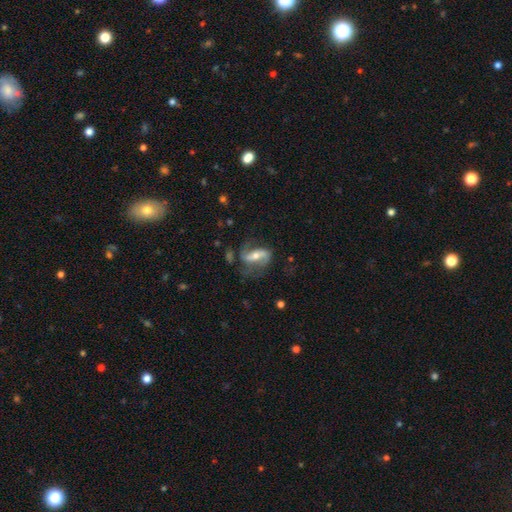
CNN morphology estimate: A featured or disk galaxy (77%) with a strong bar (51%), 2 (86%) loose (56%) spiral arms (88%) and a moderate central bulge (56%).

Vote fractions:
- Smooth or featured? featured or disk: 77% / smooth: 17% / star or artifact: 6%
- Edge-on disk? no: 91% / yes: 9%
- Bar? strong: 51% / weak: 27% / no: 21%
- Spiral arms? yes: 88% / no: 12%
- Spiral winding? loose: 56% / medium: 33% / tight: 11%
- Spiral arm count? 2: 86% / 1: 5% / can't tell: 5% / 3: 1% / 4: 1% / more than 4: 1%
- Bulge size? moderate: 56% / small: 37% / large: 5% / none: 2% / dominant: 1%
- Merging? none: 58% / minor disturbance: 20% / major disturbance: 18% / merger: 3%